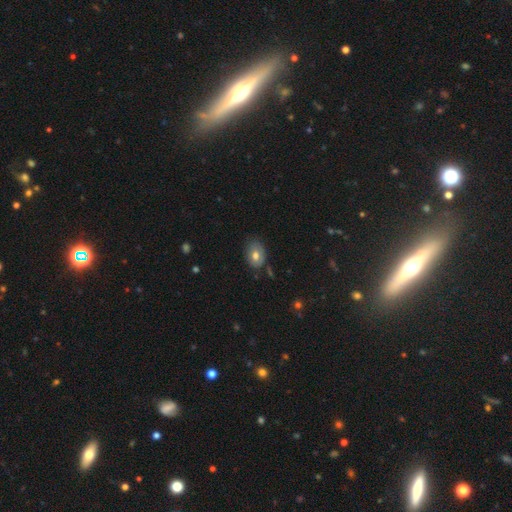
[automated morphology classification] smooth_or_featured: smooth (p=0.71) [alt: featured or disk p=0.21]
how_rounded: in between (p=0.78) [alt: round p=0.21]
merging: none (p=0.66) [alt: minor disturbance p=0.25]